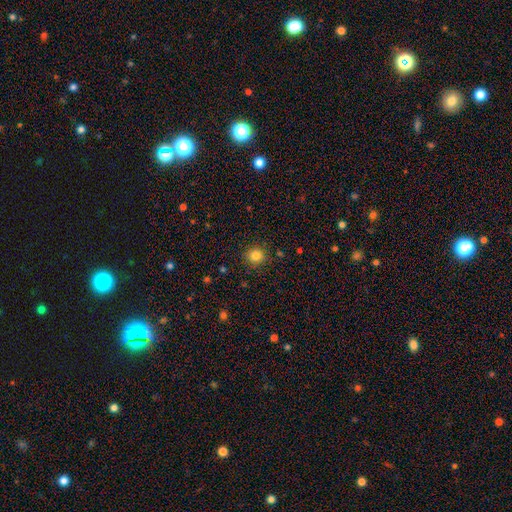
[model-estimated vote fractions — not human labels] Smooth or featured? Predicted: smooth (p=0.83). How rounded? Predicted: round (p=0.87). Merging? Predicted: none (p=0.88).